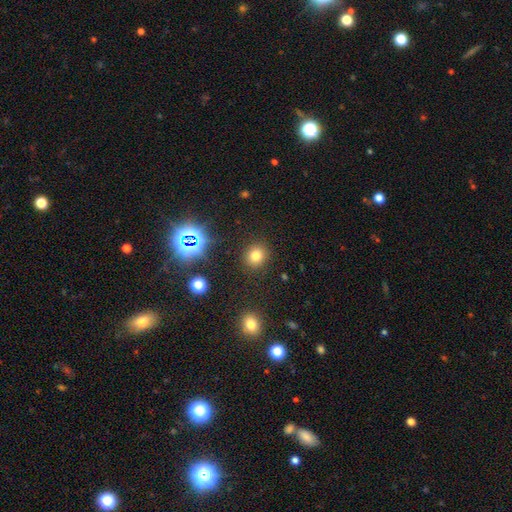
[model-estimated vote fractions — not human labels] A smooth galaxy with no disk features (74%) that is round (82%).

Vote fractions:
- Smooth or featured? smooth: 74% / star or artifact: 19% / featured or disk: 7%
- How rounded? round: 82% / in between: 17% / cigar-shaped: 1%
- Merging? none: 89% / minor disturbance: 7% / major disturbance: 3% / merger: 2%